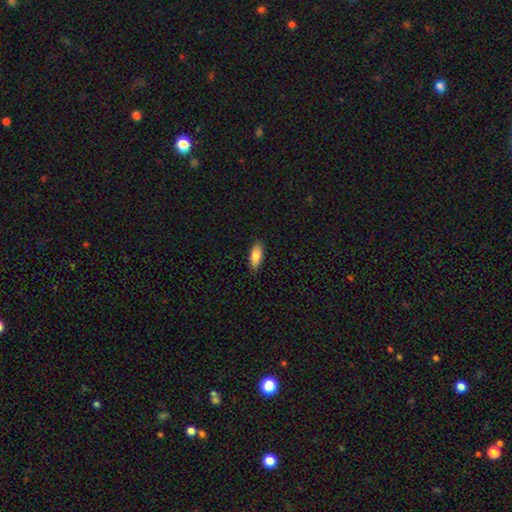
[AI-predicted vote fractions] Overall: smooth (86%). How rounded: in between (80%). Merging: none (84%).